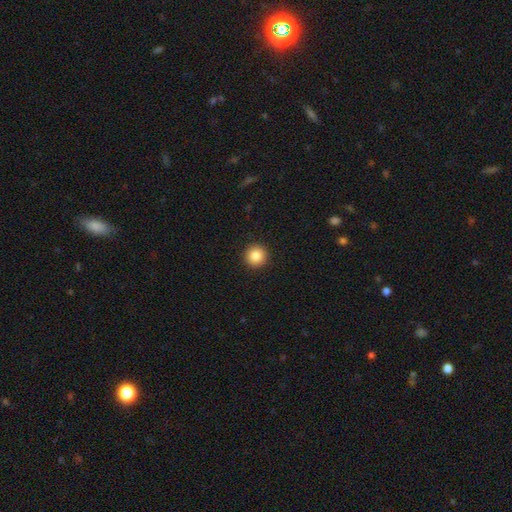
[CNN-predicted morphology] The model was most divided on "smooth or featured": smooth: 86%, star or artifact: 10%, featured or disk: 4%. More confident: how rounded — round (95%); merging — none (93%).